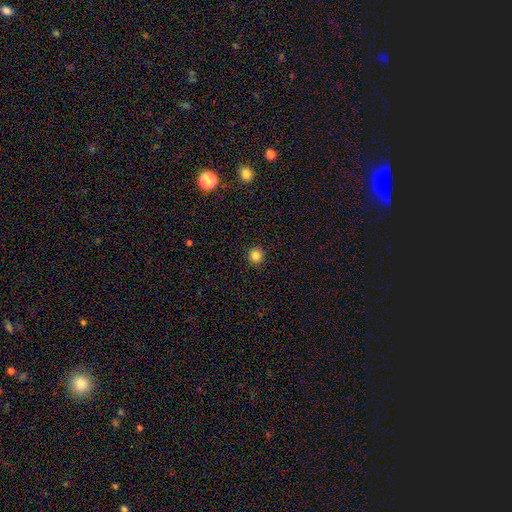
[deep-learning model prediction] Smooth or featured? Predicted: smooth (p=0.84). How rounded? Predicted: round (p=0.94). Merging? Predicted: none (p=0.92).